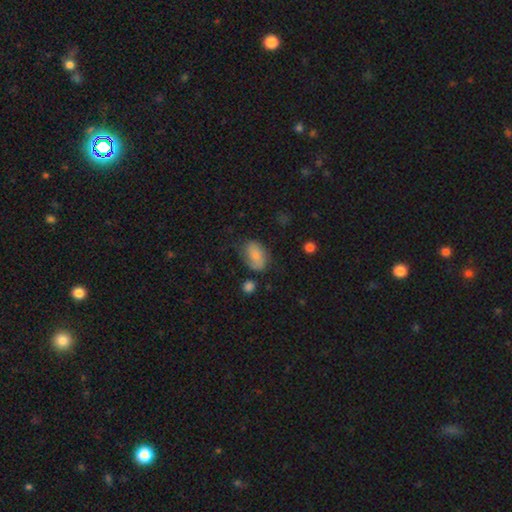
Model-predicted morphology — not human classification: Smooth or featured? smooth (73%)
How rounded? in between (88%)
Merging? none (58%)